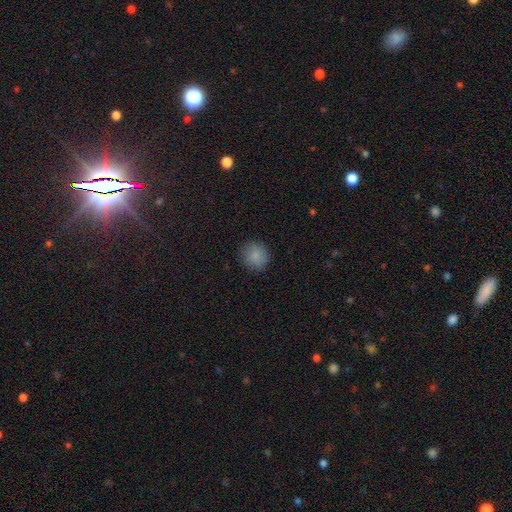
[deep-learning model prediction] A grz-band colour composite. It shows a smooth galaxy with no disk features (87%) that is round (90%). Merging: none (88%).